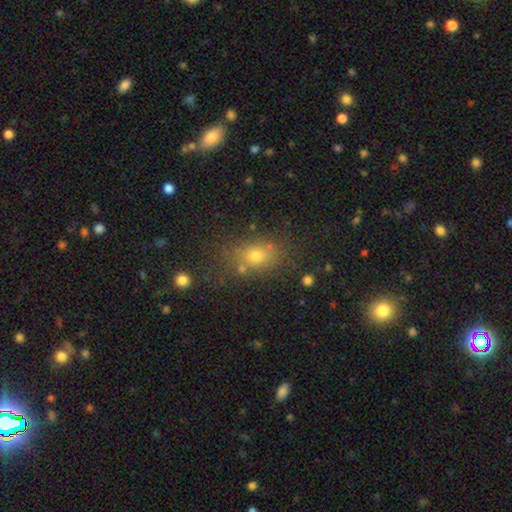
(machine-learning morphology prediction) Smooth or featured: smooth — 69% (star or artifact — 19%)
How rounded: in between — 59% (round — 38%)
Merging: none — 71% (minor disturbance — 15%)